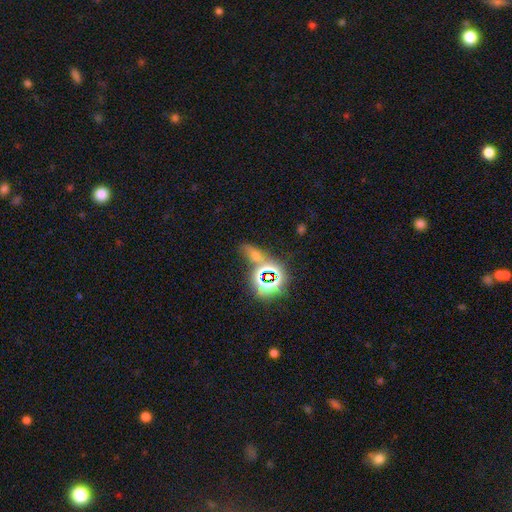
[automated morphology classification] Smooth or featured? Predicted: star or artifact (p=0.53).